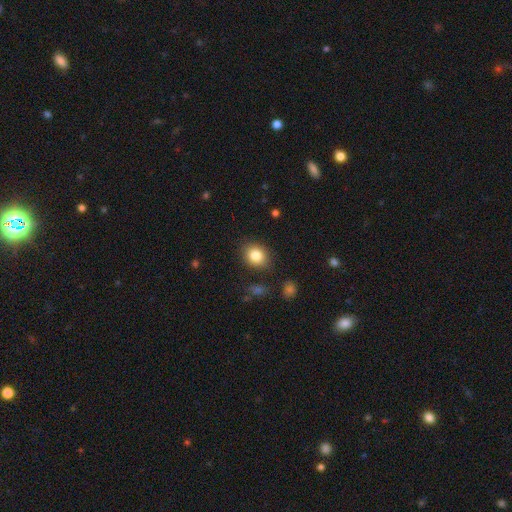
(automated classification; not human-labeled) The model was most divided on "how rounded": round: 55%, in between: 44%, cigar-shaped: 1%. More confident: merging — none (85%); smooth or featured — smooth (83%).